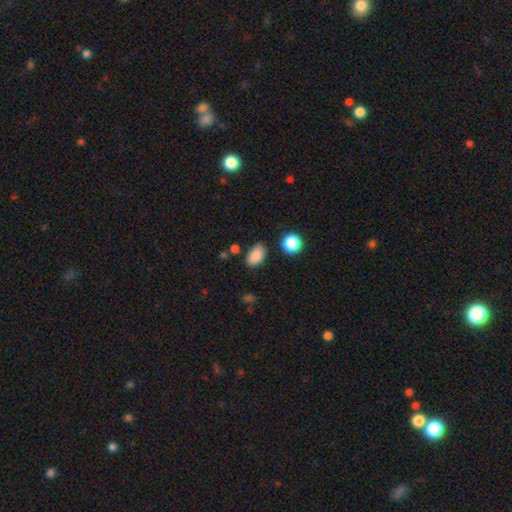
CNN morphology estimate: smooth-or-featured: smooth: 87% | star or artifact: 9% | featured or disk: 5%
  how-rounded: in between: 89% | round: 9% | cigar-shaped: 1%
  merging: none: 78% | minor disturbance: 15% | merger: 3% | major disturbance: 3%